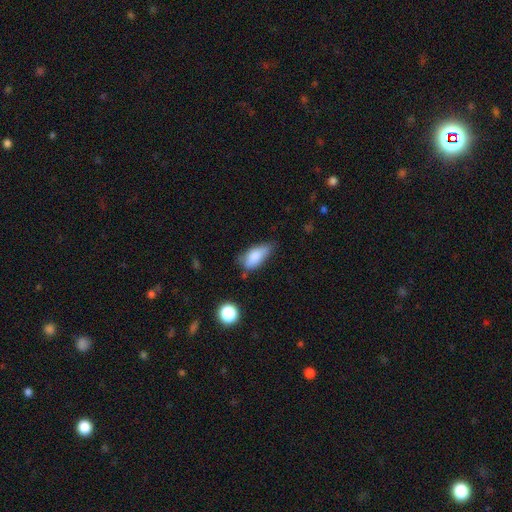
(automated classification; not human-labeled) Smooth or featured? Predicted: smooth (p=0.80). How rounded? Predicted: in between (p=0.85). Merging? Predicted: none (p=0.42, tied with minor disturbance).